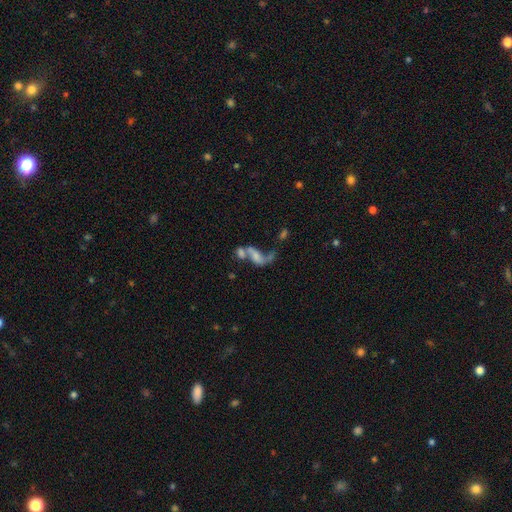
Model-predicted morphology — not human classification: This appears to be a featured or disk galaxy (54%) with no bar (63%), spiral arms (58%) and no central bulge (43%). Merging: merger (54%).